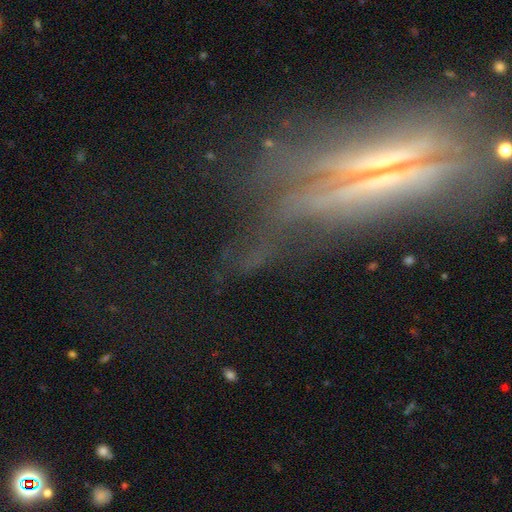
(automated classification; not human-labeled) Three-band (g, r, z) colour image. It shows a featured or disk galaxy (47%). Merging: none (63%).